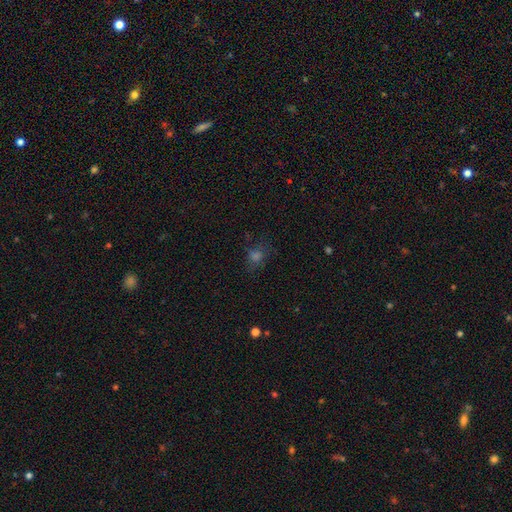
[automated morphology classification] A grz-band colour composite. It shows a smooth galaxy with no disk features (54%) that is round (63%). Merging: none (70%).